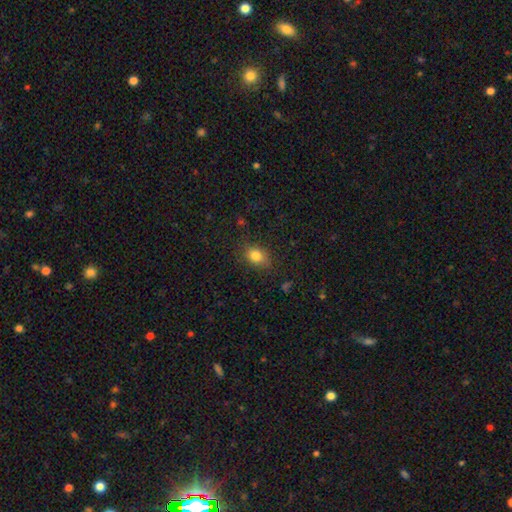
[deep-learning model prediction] Morphology: type=smooth (82%); roundness=in between (71%); merging=none (80%).